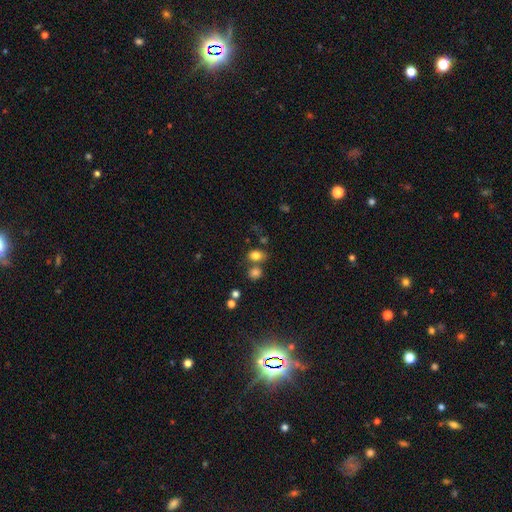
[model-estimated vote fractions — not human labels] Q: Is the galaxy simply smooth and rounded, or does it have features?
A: smooth — 79%.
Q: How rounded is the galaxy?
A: in between — 67%.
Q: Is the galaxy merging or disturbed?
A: none — 56%.